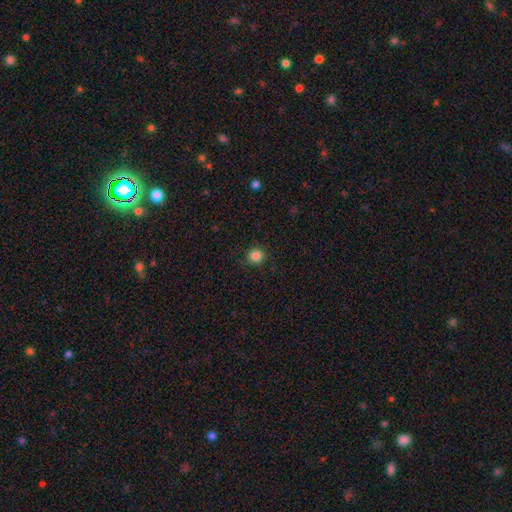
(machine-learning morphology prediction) Q: Smooth or featured?
A: smooth (85%); runner-up: star or artifact (11%)
Q: How rounded?
A: round (93%); runner-up: in between (6%)
Q: Merging?
A: none (89%); runner-up: minor disturbance (8%)